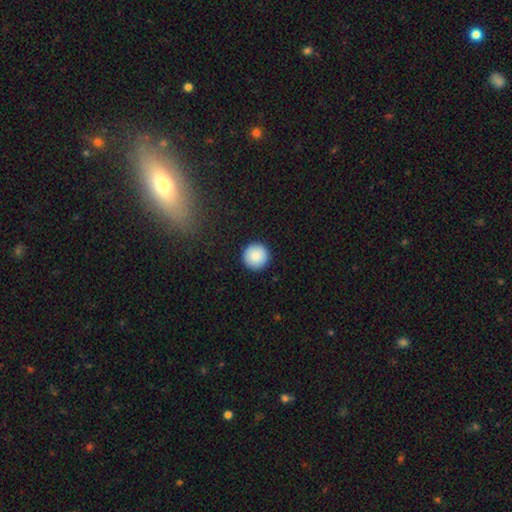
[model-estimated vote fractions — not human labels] Smooth or featured? smooth (88%)
How rounded? round (97%)
Merging? none (93%)